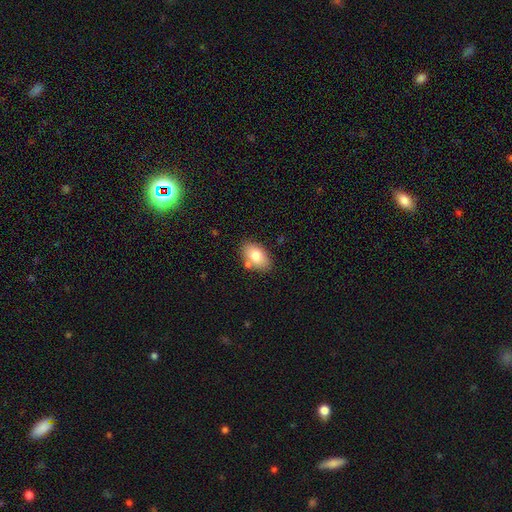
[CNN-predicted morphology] Q: Smooth or featured?
A: smooth (79%); runner-up: featured or disk (14%)
Q: How rounded?
A: in between (91%); runner-up: round (8%)
Q: Merging?
A: none (77%); runner-up: minor disturbance (13%)